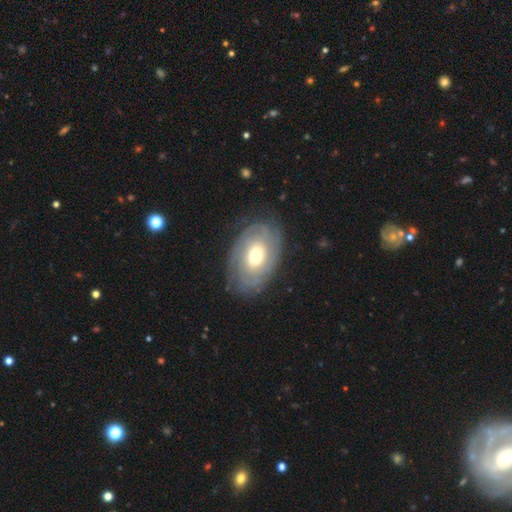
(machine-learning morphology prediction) Smooth or featured: featured or disk — 72% (smooth — 22%)
Edge-on disk: no — 95% (yes — 5%)
Bar: no — 77% (weak — 18%)
Spiral arms: yes — 84% (no — 16%)
Spiral winding: tight — 76% (medium — 18%)
Spiral arm count: can't tell — 49% (2 — 22%)
Bulge size: moderate — 63% (small — 23%)
Merging: none — 79% (minor disturbance — 15%)